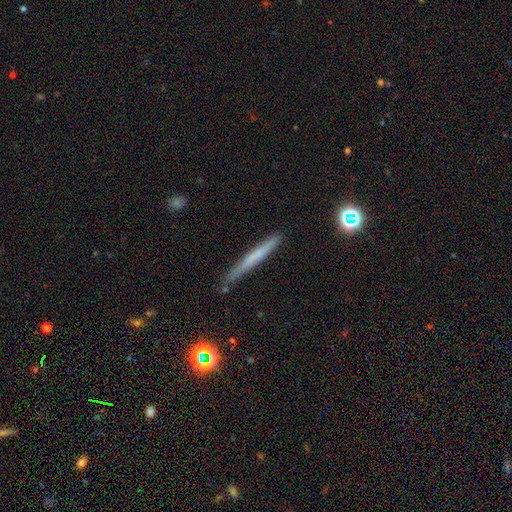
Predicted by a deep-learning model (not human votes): Smooth or featured?
  - smooth: 55% *
  - featured or disk: 36%
  - star or artifact: 8%
How rounded?
  - cigar-shaped: 96% *
  - in between: 2%
  - round: 2%
Merging?
  - none: 82% *
  - minor disturbance: 14%
  - major disturbance: 2%
  - merger: 2%